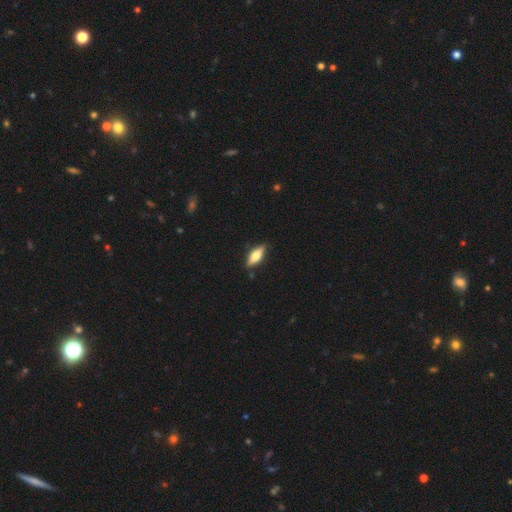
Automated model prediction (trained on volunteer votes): A smooth galaxy with no disk features (62%) that is in between round and cigar-shaped (63%).

Vote fractions:
- Smooth or featured? smooth: 62% / featured or disk: 31% / star or artifact: 6%
- How rounded? in between: 63% / cigar-shaped: 35% / round: 2%
- Merging? none: 84% / minor disturbance: 12% / major disturbance: 2% / merger: 1%